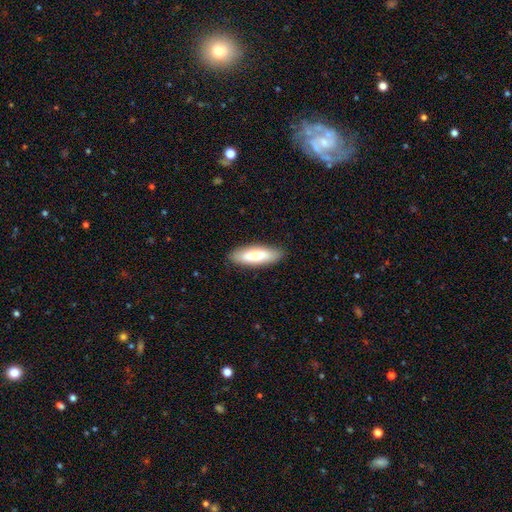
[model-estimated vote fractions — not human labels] This is likely a smooth galaxy (78%). How rounded: possibly in between (51%). Merging: clearly none (88%).